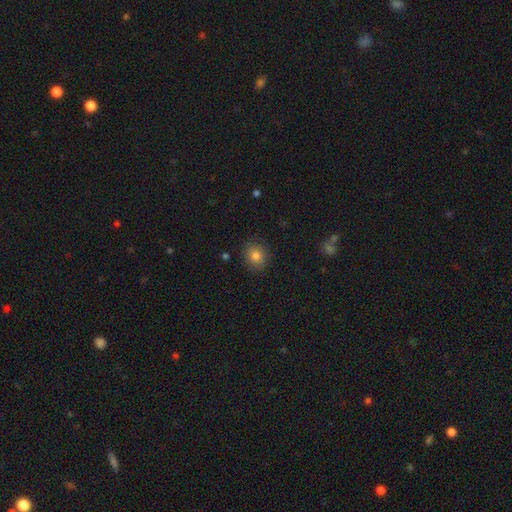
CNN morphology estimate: This appears to be a smooth galaxy with no disk features (81%) that is round (77%). Merging: none (88%).